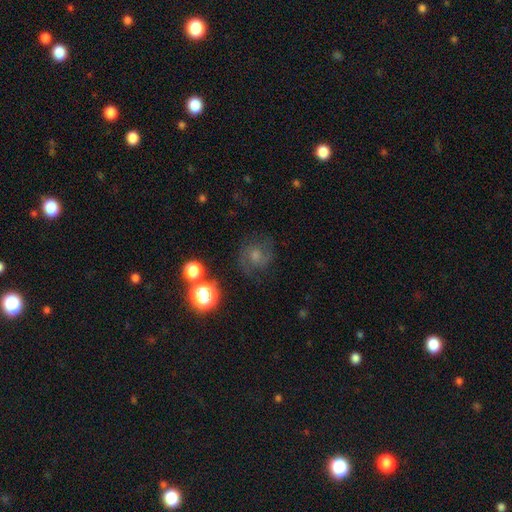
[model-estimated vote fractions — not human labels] Smooth or featured? featured or disk (54%)
Edge-on disk? no (97%)
Bar? no (65%)
Spiral arms? yes (91%)
Bulge size? moderate (38%)
Merging? none (71%)